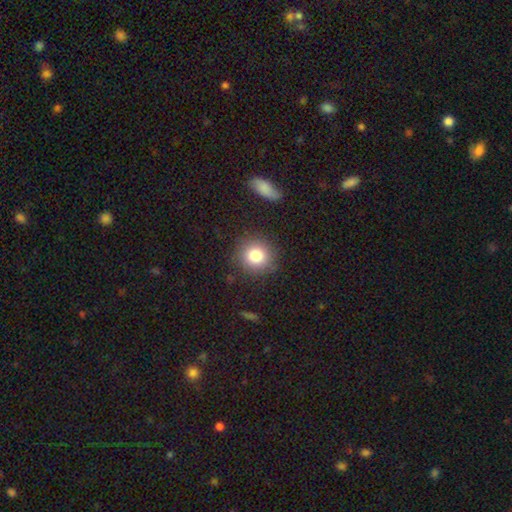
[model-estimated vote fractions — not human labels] This is clearly a smooth galaxy (83%). How rounded: clearly round (89%). Merging: clearly none (86%).